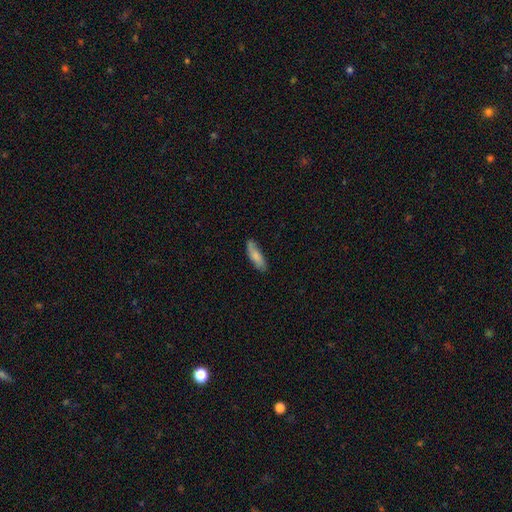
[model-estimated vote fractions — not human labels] Overall: smooth (77%). How rounded: cigar-shaped (53%; in between 46%). Merging: none (75%).